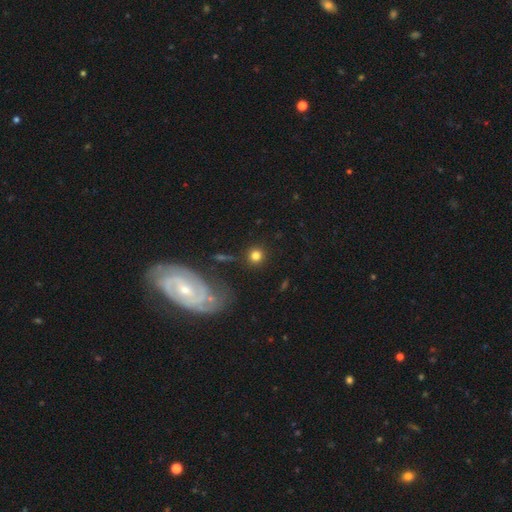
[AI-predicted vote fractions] Q: Smooth or featured?
A: smooth (77%); runner-up: star or artifact (12%)
Q: How rounded?
A: round (91%); runner-up: in between (8%)
Q: Merging?
A: none (82%); runner-up: minor disturbance (9%)